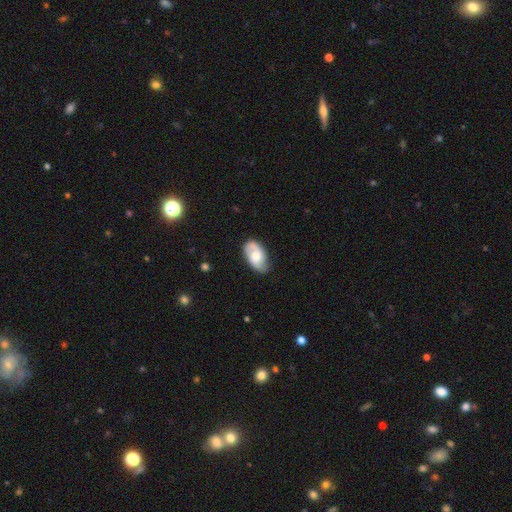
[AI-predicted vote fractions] Smooth or featured: featured or disk — 51% (smooth — 43%)
Edge-on disk: no — 94% (yes — 6%)
Merging: none — 71% (minor disturbance — 22%)